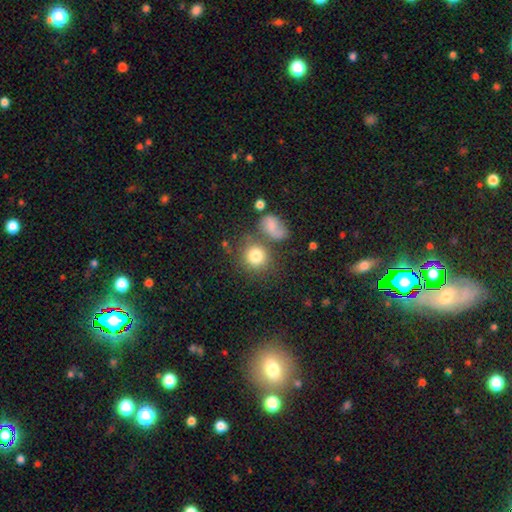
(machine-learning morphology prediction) Q: Smooth or featured?
A: smooth (80%); runner-up: star or artifact (11%)
Q: How rounded?
A: round (84%); runner-up: in between (15%)
Q: Merging?
A: none (65%); runner-up: merger (17%)